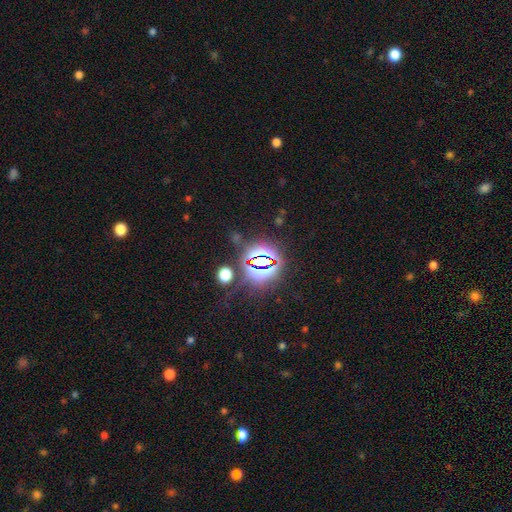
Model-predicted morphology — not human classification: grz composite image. It shows a star or artifact, not a galaxy (82%).